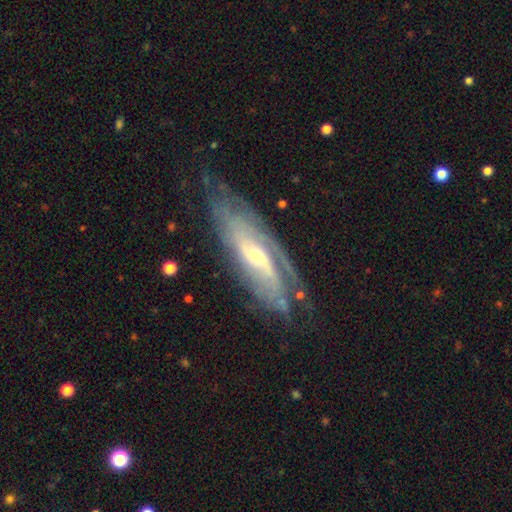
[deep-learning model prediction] smooth-or-featured: featured or disk: 82% | smooth: 11% | star or artifact: 6%
  disk-edge-on: no: 80% | yes: 20%
    bar: no: 50% | weak: 38% | strong: 12%
    has-spiral-arms: yes: 92% | no: 8%
      spiral-winding: tight: 55% | medium: 34% | loose: 11%
      spiral-arm-count: can't tell: 47% | 2: 28% | 3: 11% | 1: 5% | 4: 5% | more than 4: 4%
    bulge-size: small: 47% | moderate: 46% | large: 4% | none: 3% | dominant: 1%
  merging: none: 67% | minor disturbance: 22% | major disturbance: 10% | merger: 2%